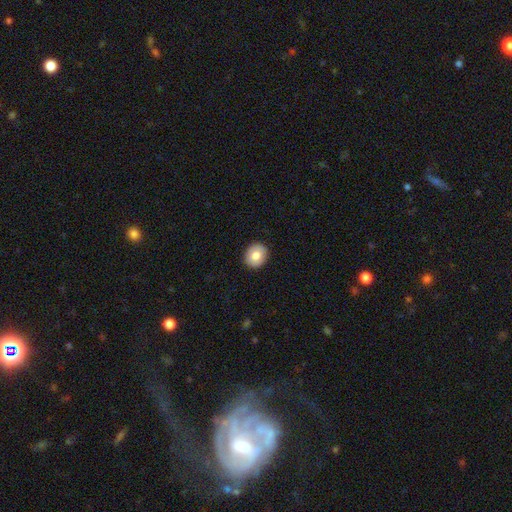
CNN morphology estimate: Smooth or featured?
  - smooth: 81% *
  - featured or disk: 12%
  - star or artifact: 8%
How rounded?
  - round: 76% *
  - in between: 23%
  - cigar-shaped: 1%
Merging?
  - none: 91% *
  - minor disturbance: 6%
  - major disturbance: 2%
  - merger: 1%